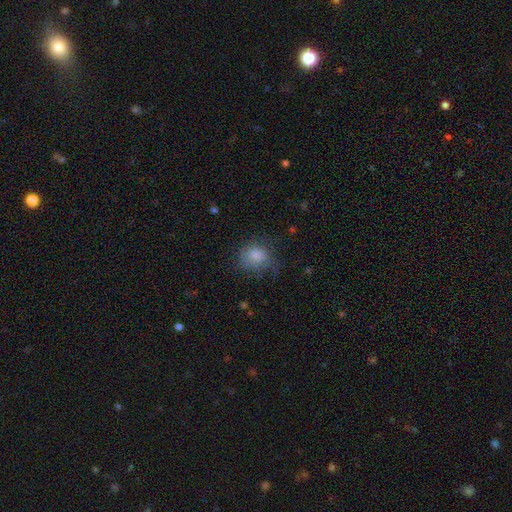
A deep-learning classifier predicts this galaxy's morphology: type=smooth (79%); roundness=round (67%); merging=none (54%).